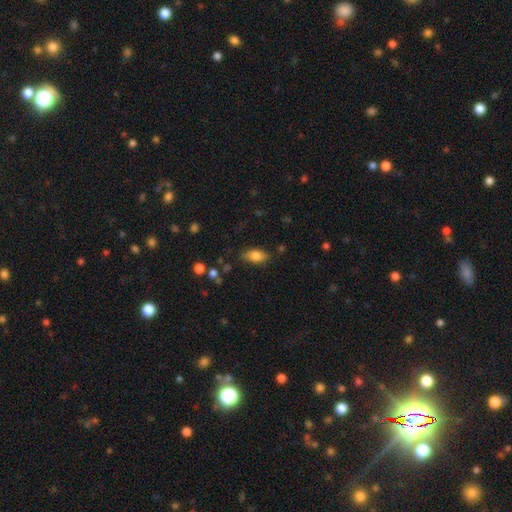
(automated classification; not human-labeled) Smooth or featured?
  - smooth: 81% *
  - featured or disk: 11%
  - star or artifact: 8%
How rounded?
  - in between: 88% *
  - cigar-shaped: 8%
  - round: 4%
Merging?
  - none: 79% *
  - minor disturbance: 15%
  - major disturbance: 4%
  - merger: 2%